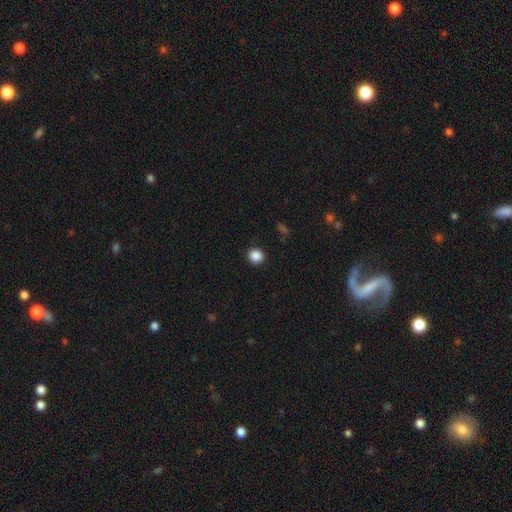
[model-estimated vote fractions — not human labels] Smooth or featured? Predicted: smooth (p=0.88). How rounded? Predicted: round (p=0.84). Merging? Predicted: none (p=0.91).